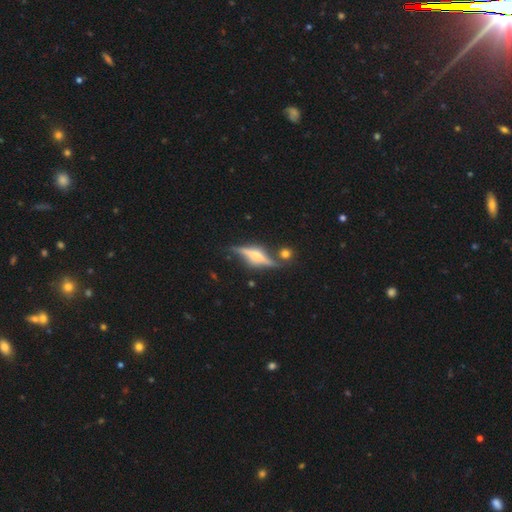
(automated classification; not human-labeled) A featured or disk galaxy (79%) viewed edge-on (94%) with a rounded central bulge (84%). Merging: none (73%).